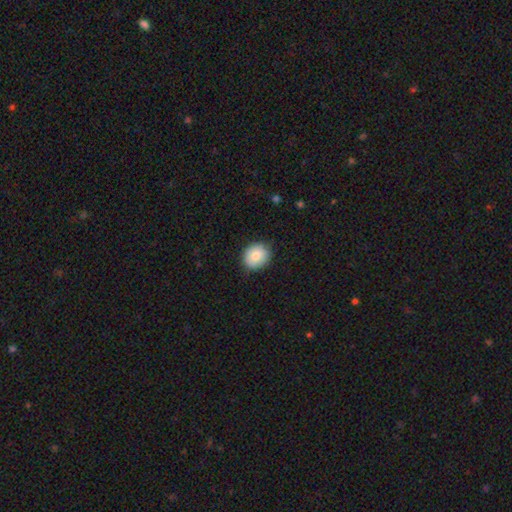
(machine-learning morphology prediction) A smooth galaxy with no disk features (85%) that is round (69%).

Vote fractions:
- Smooth or featured? smooth: 85% / featured or disk: 8% / star or artifact: 7%
- How rounded? round: 69% / in between: 30% / cigar-shaped: 1%
- Merging? none: 85% / minor disturbance: 11% / major disturbance: 2% / merger: 1%